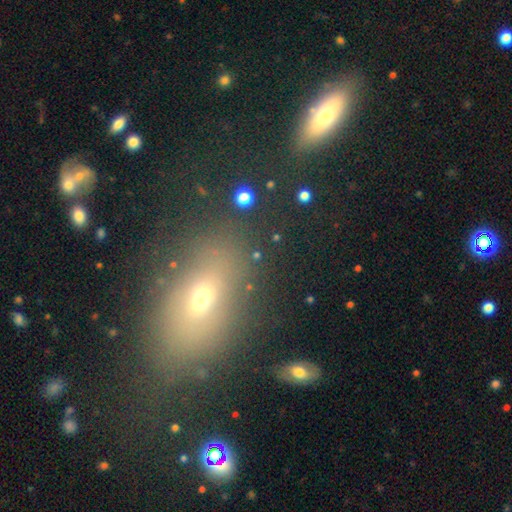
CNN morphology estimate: A smooth galaxy with no disk features (54%) that is in between round and cigar-shaped (71%).

Vote fractions:
- Smooth or featured? smooth: 54% / star or artifact: 25% / featured or disk: 21%
- How rounded? in between: 71% / round: 19% / cigar-shaped: 9%
- Merging? none: 72% / minor disturbance: 14% / major disturbance: 8% / merger: 7%